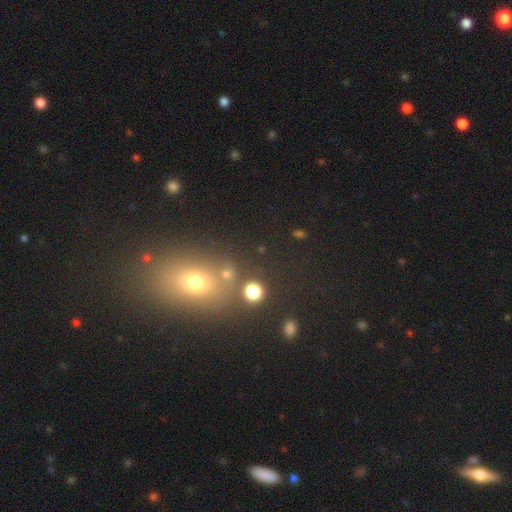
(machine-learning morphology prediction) type=smooth (51%); roundness=in between (58%); merging=none (71%).